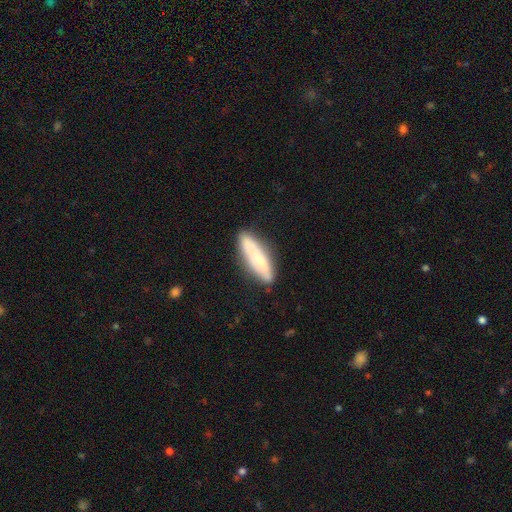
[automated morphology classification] This appears to be a smooth galaxy with no disk features (62%) that is cigar-shaped (56%). Merging: none (76%).